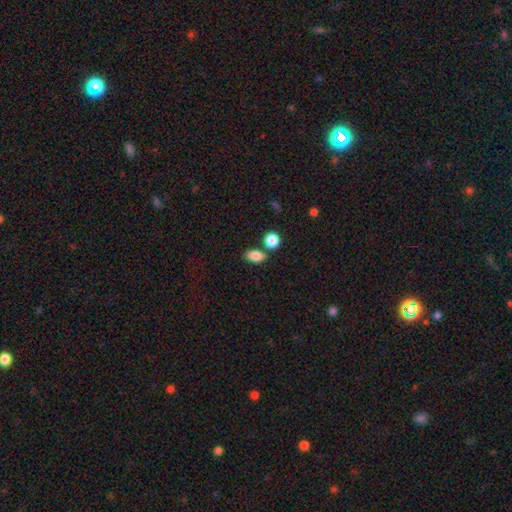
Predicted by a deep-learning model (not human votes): Overall: smooth (85%). How rounded: in between (82%). Merging: none (67%).